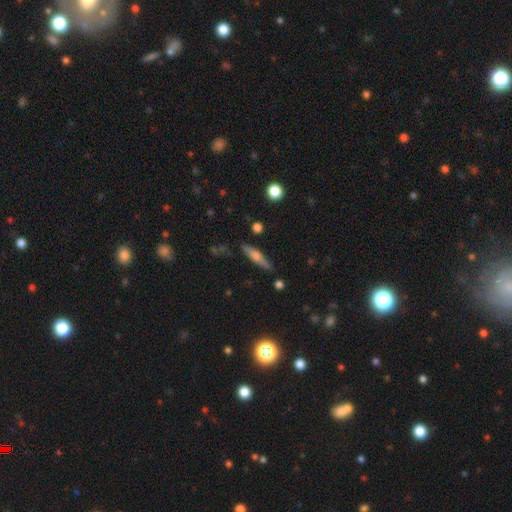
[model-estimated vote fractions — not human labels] Smooth or featured? Predicted: featured or disk (p=0.47). Merging? Predicted: none (p=0.83).